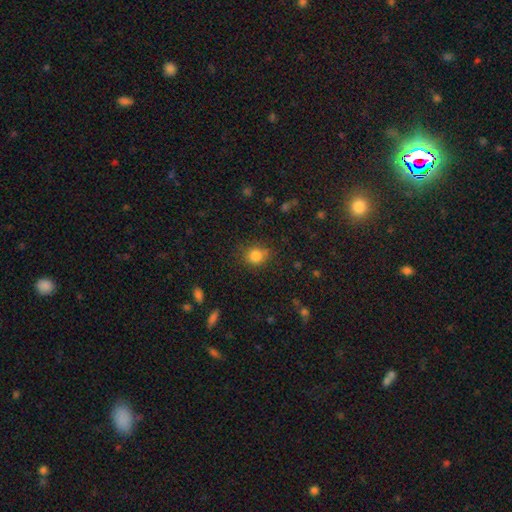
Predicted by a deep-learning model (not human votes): A smooth galaxy with no disk features (82%) that is round (79%). Merging: none (74%).